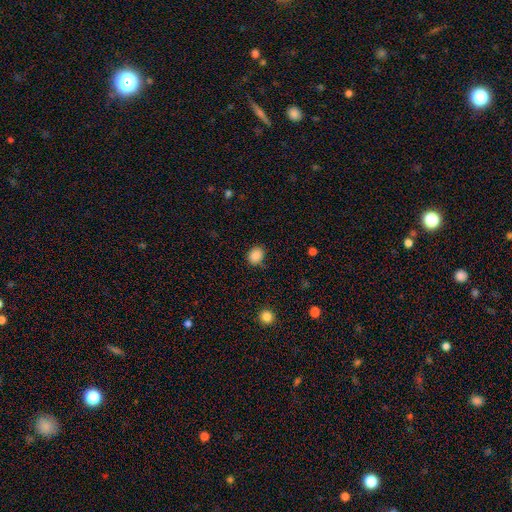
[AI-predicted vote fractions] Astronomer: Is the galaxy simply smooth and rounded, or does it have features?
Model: smooth — 87%.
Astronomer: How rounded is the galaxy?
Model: round — 62% (runner-up: in between, 37%).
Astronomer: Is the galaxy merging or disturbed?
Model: none — 81%.